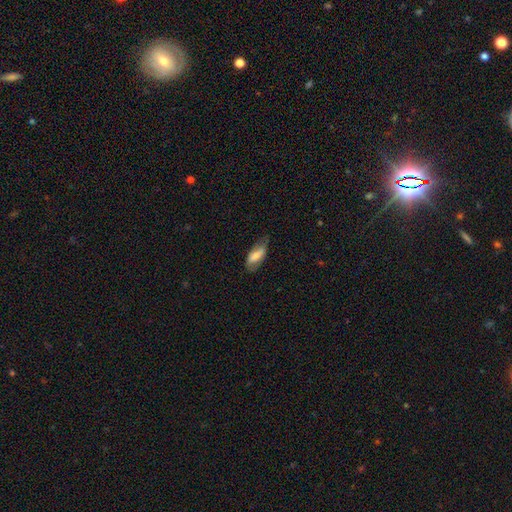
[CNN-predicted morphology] This appears to be a smooth galaxy with no disk features (64%) that is in between round and cigar-shaped (83%). Merging: none (61%).